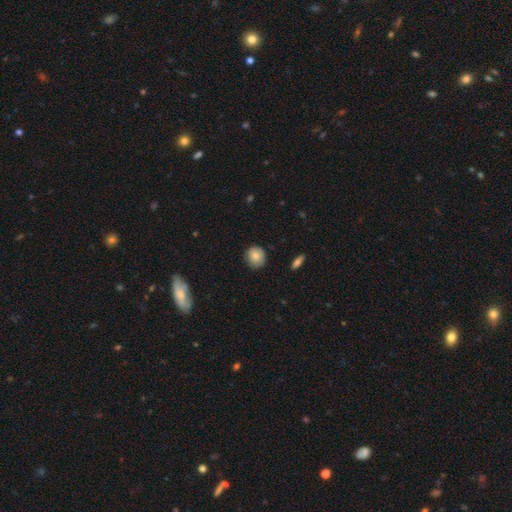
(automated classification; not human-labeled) A smooth galaxy with no disk features (82%) that is round (86%). Merging: none (81%).